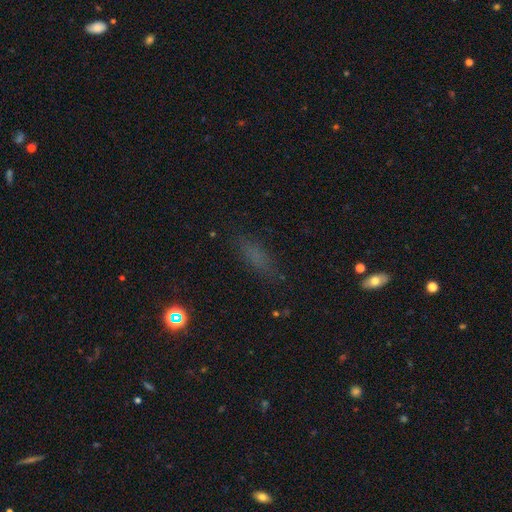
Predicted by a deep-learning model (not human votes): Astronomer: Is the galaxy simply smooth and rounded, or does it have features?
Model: smooth — 65%.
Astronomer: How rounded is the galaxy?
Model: cigar-shaped — 51% (runner-up: in between, 44%).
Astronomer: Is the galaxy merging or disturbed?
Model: none — 77%.